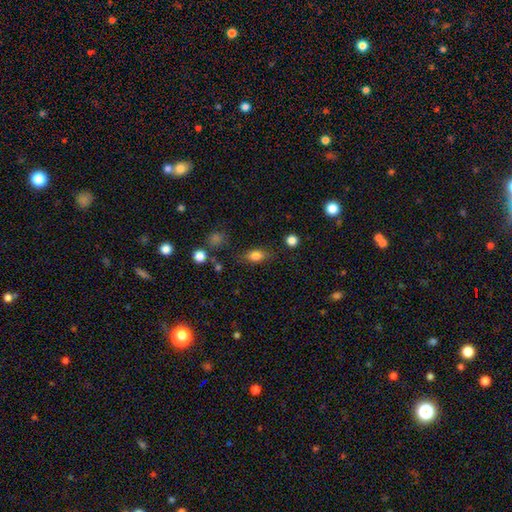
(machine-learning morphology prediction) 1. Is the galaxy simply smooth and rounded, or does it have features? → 80% smooth, 10% star or artifact, 10% featured or disk.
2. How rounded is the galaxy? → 74% in between, 19% round, 7% cigar-shaped.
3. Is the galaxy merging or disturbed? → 74% none, 17% minor disturbance, 6% major disturbance, 3% merger.